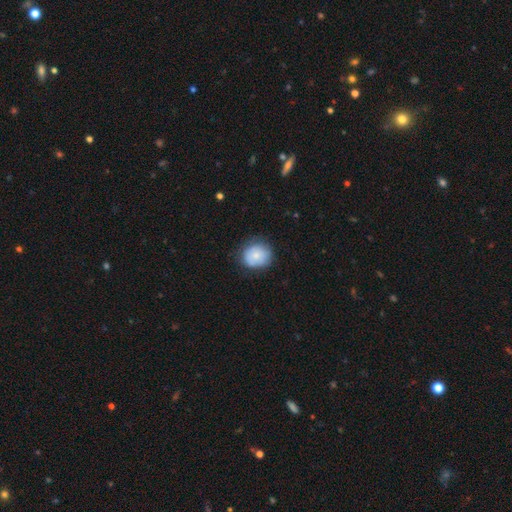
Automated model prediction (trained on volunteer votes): This appears to be a smooth galaxy with no disk features (78%) that is round (82%). Merging: none (74%).